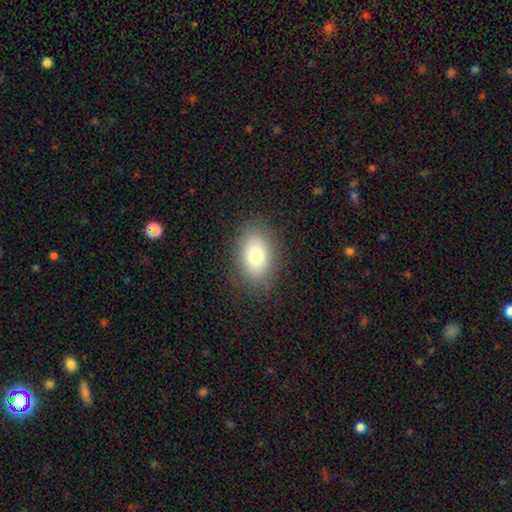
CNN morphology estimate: The model was most divided on "smooth or featured": smooth: 77%, featured or disk: 13%, star or artifact: 10%. More confident: merging — none (85%); how rounded — in between (83%).